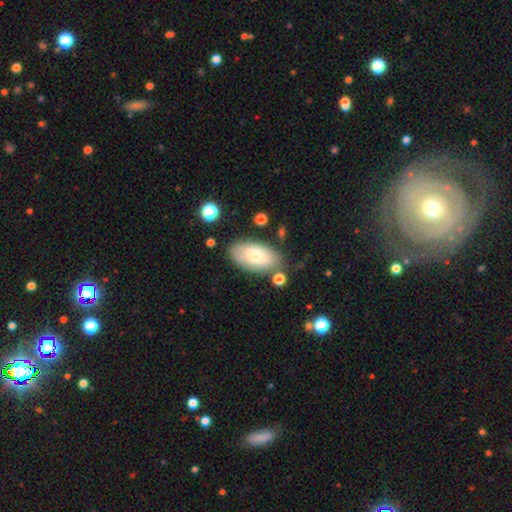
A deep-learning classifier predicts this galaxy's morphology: smooth_or_featured: smooth (p=0.71) [alt: featured or disk p=0.22]
how_rounded: in between (p=0.93) [alt: round p=0.04]
merging: none (p=0.75) [alt: minor disturbance p=0.16]